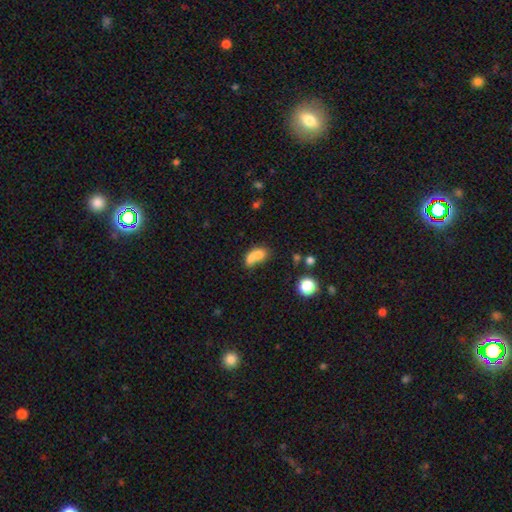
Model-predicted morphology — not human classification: The model was most divided on "how rounded": in between: 60%, round: 38%, cigar-shaped: 3%. More confident: smooth or featured — smooth (72%); merging — merger (67%).